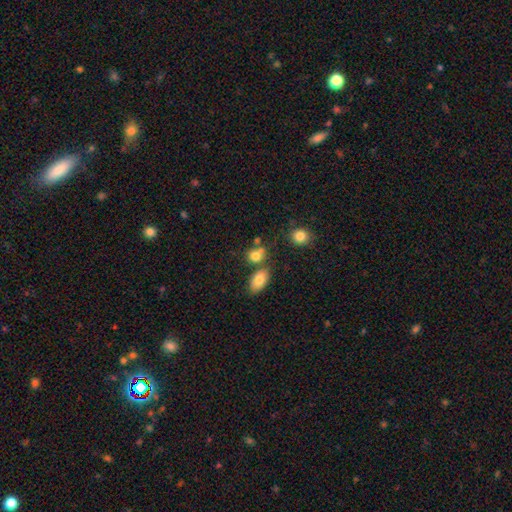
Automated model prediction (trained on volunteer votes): A smooth galaxy with no disk features (80%) that is round (50%).

Vote fractions:
- Smooth or featured? smooth: 80% / star or artifact: 11% / featured or disk: 9%
- How rounded? round: 50% / in between: 48% / cigar-shaped: 2%
- Merging? none: 53% / merger: 31% / minor disturbance: 12% / major disturbance: 4%